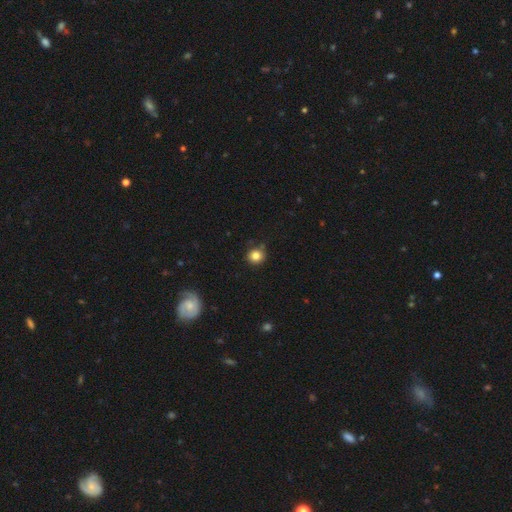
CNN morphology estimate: Overall: smooth (83%). How rounded: round (91%). Merging: none (83%).